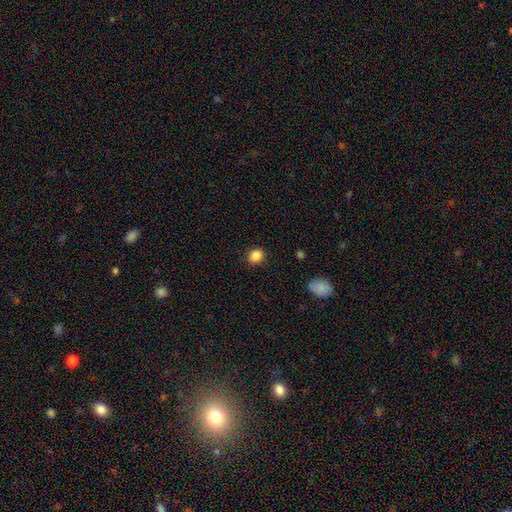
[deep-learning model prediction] Overall: smooth (87%). How rounded: round (71%). Merging: none (88%).